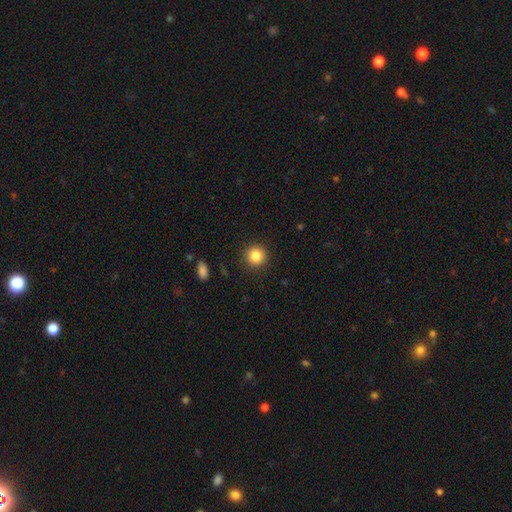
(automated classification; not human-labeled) smooth_or_featured: smooth (p=0.85) [alt: star or artifact p=0.10]
how_rounded: round (p=0.94) [alt: in between p=0.05]
merging: none (p=0.91) [alt: minor disturbance p=0.06]